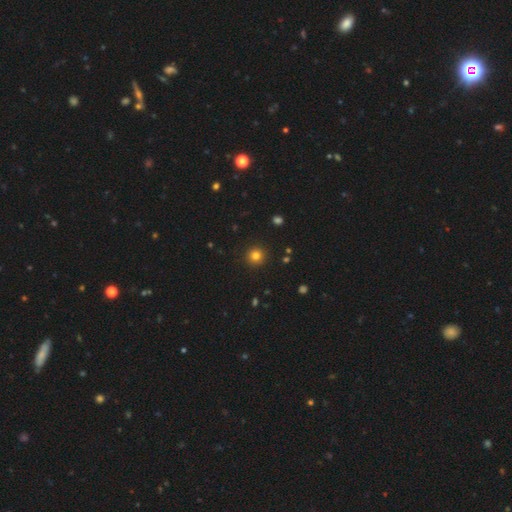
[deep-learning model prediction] Smooth or featured: smooth — 81% (star or artifact — 14%)
How rounded: round — 95% (in between — 4%)
Merging: none — 92% (minor disturbance — 5%)